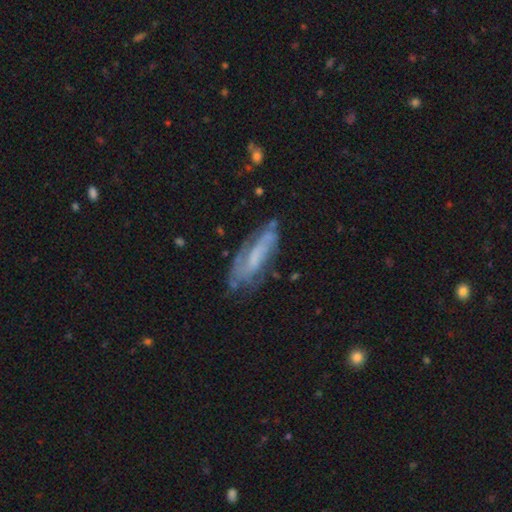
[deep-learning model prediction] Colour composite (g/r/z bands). It shows a featured or disk galaxy (65%) with no bar (46%), spiral arms (77%) and no central bulge (43%). Merging: none (61%).